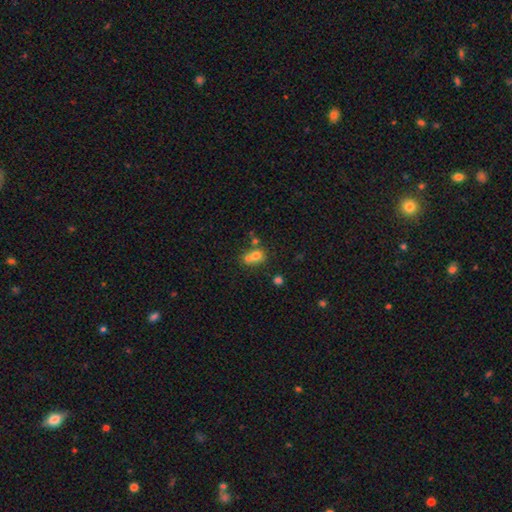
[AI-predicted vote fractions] The model was most divided on "merging": merger: 59%, none: 30%, minor disturbance: 7%, major disturbance: 4%. More confident: how rounded — round (69%); smooth or featured — smooth (68%).